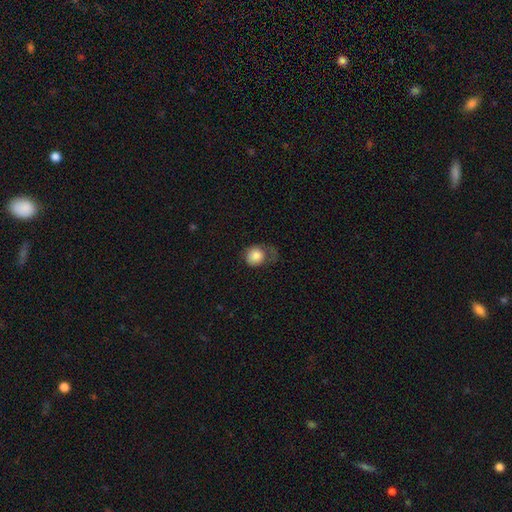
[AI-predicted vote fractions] smooth 79%, featured or disk 14%, star or artifact 7%. Down the decision tree: how rounded — round (74%); merging — major disturbance (42%).